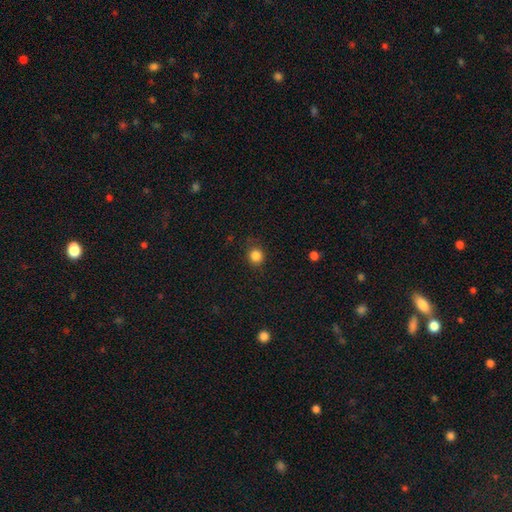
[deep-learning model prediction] Smooth or featured? Predicted: smooth (p=0.85). How rounded? Predicted: round (p=0.89). Merging? Predicted: none (p=0.86).